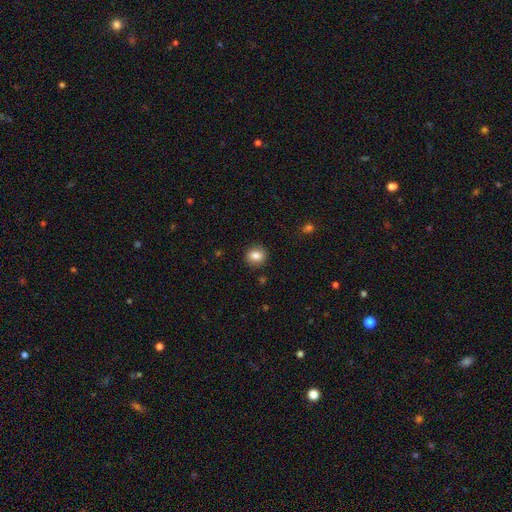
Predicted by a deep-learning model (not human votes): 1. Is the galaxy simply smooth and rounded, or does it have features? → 84% smooth, 9% star or artifact, 7% featured or disk.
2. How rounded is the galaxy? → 74% round, 25% in between, 1% cigar-shaped.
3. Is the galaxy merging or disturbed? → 89% none, 7% minor disturbance, 2% major disturbance, 1% merger.